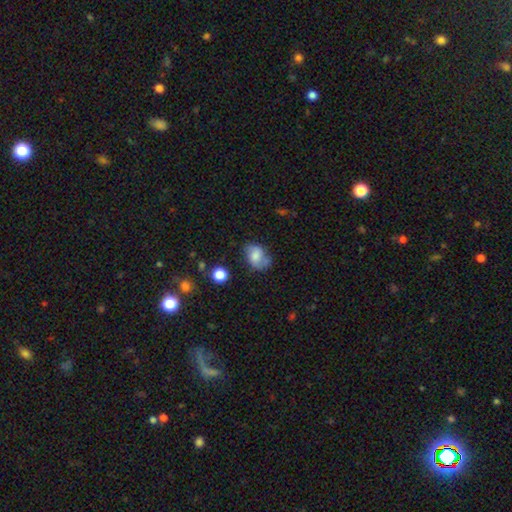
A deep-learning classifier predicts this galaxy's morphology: A smooth galaxy with no disk features (58%) that is in between round and cigar-shaped (70%). Merging: none (51%).